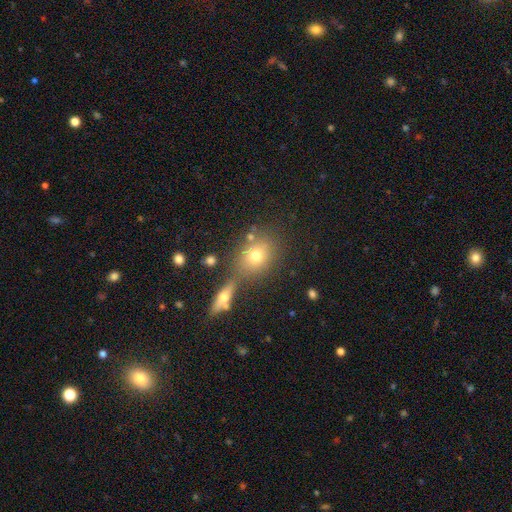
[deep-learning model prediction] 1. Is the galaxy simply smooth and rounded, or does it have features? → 68% smooth, 18% featured or disk, 14% star or artifact.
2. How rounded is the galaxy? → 50% round, 47% in between, 3% cigar-shaped.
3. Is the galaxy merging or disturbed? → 65% none, 18% merger, 12% minor disturbance, 5% major disturbance.